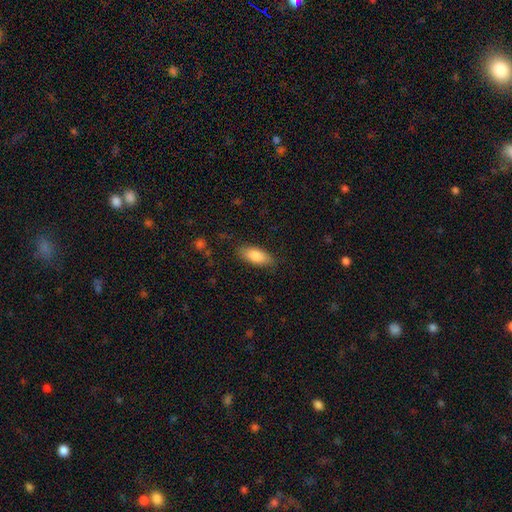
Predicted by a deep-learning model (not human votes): The model was most divided on "how rounded": in between: 82%, cigar-shaped: 15%, round: 2%. More confident: smooth or featured — smooth (84%); merging — none (83%).